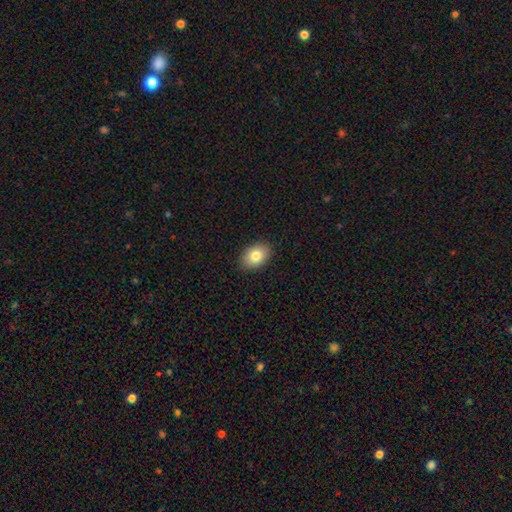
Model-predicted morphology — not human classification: Q: Smooth or featured?
A: smooth (81%); runner-up: featured or disk (11%)
Q: How rounded?
A: in between (83%); runner-up: round (16%)
Q: Merging?
A: none (89%); runner-up: minor disturbance (8%)